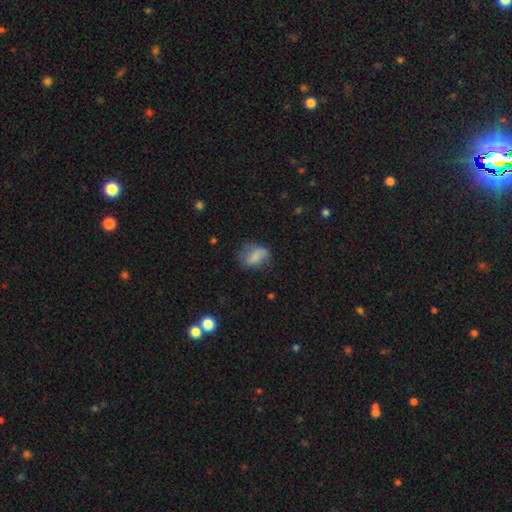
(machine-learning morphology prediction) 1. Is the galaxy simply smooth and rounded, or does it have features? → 73% smooth, 18% featured or disk, 9% star or artifact.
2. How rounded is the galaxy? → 75% in between, 23% round, 2% cigar-shaped.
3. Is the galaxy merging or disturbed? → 56% none, 29% minor disturbance, 14% major disturbance, 2% merger.